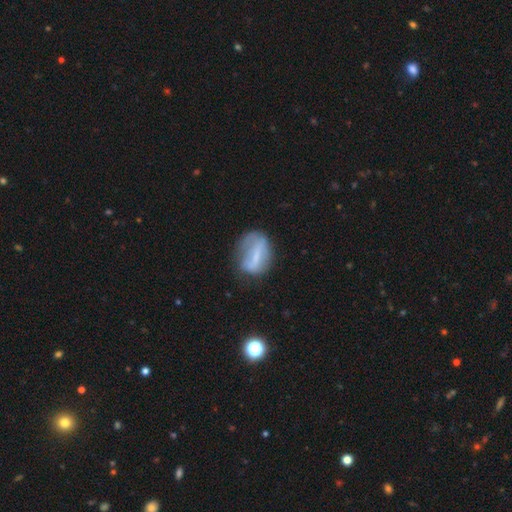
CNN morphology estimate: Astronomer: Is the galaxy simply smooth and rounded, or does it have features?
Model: smooth — 46% (runner-up: featured or disk, 45%).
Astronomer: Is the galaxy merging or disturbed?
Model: none — 52% (runner-up: minor disturbance, 28%).